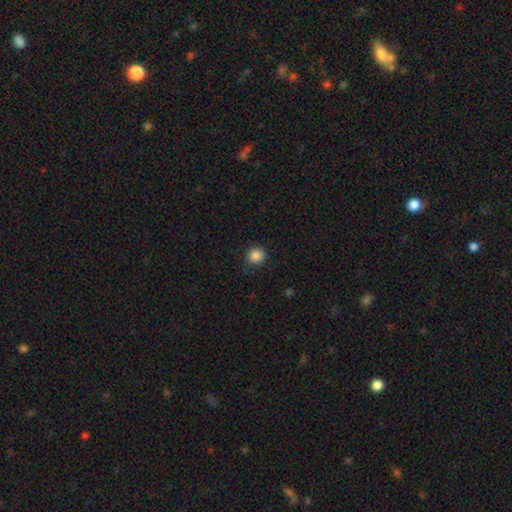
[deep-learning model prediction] A smooth galaxy with no disk features (87%) that is round (88%). Merging: none (88%).